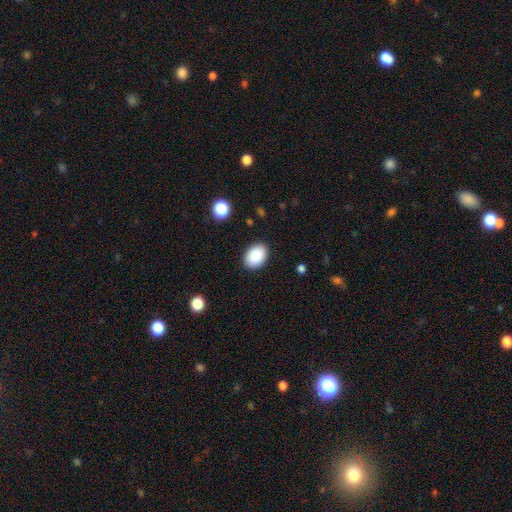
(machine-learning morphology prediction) smooth 90%, star or artifact 7%, featured or disk 3%. Down the decision tree: how rounded — in between (80%); merging — none (89%).